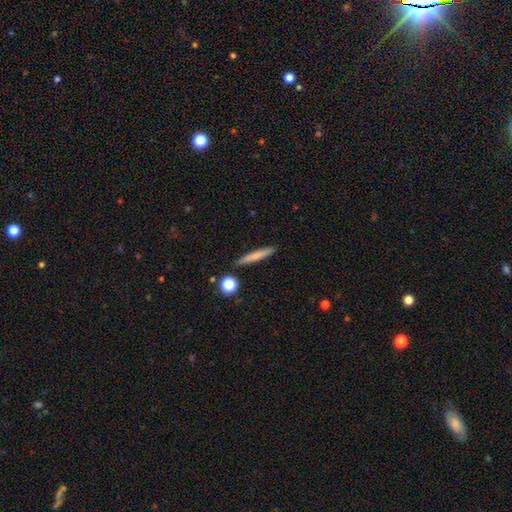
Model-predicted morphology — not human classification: Smooth or featured?
  - smooth: 71% *
  - featured or disk: 22%
  - star or artifact: 7%
How rounded?
  - cigar-shaped: 94% *
  - in between: 4%
  - round: 2%
Merging?
  - none: 89% *
  - minor disturbance: 7%
  - merger: 2%
  - major disturbance: 2%